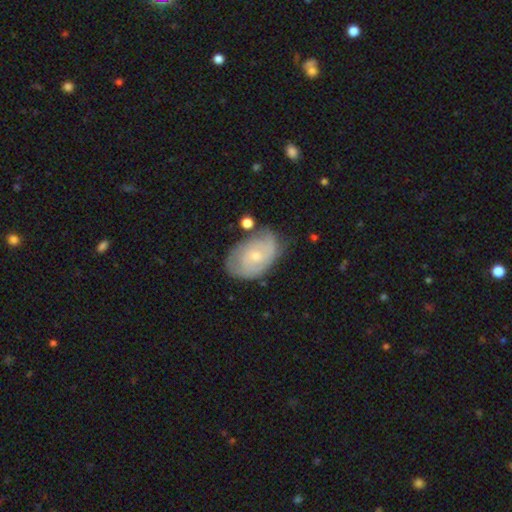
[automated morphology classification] featured or disk 64%, smooth 30%, star or artifact 6%. Down the decision tree: edge-on disk — no (96%); bar — no (74%); spiral arms — yes (81%); spiral arm count — can't tell (41%); spiral winding — tight (57%); bulge size — small (64%); merging — none (61%).